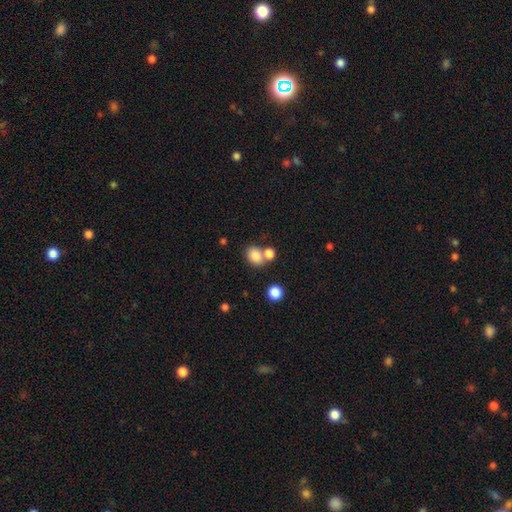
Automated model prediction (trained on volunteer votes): Smooth or featured?
  - smooth: 82% *
  - star or artifact: 11%
  - featured or disk: 7%
How rounded?
  - in between: 57% *
  - round: 42%
  - cigar-shaped: 1%
Merging?
  - none: 49% *
  - merger: 36%
  - minor disturbance: 11%
  - major disturbance: 4%